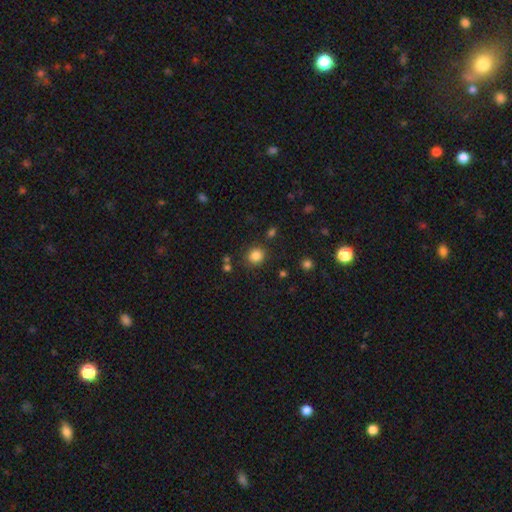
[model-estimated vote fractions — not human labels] Overall: smooth (83%). How rounded: round (85%). Merging: none (83%).